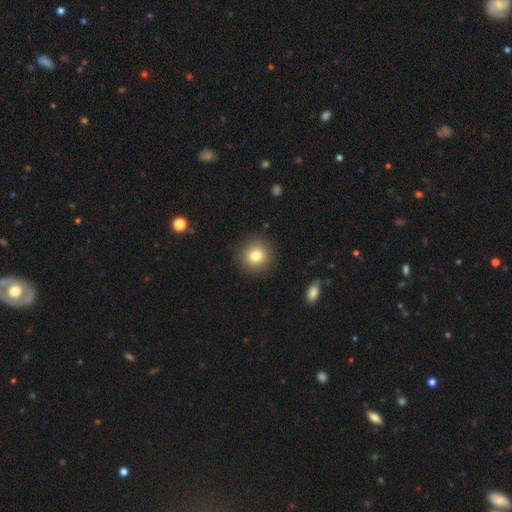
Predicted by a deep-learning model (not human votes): smooth_or_featured: smooth (p=0.80) [alt: star or artifact p=0.10]
how_rounded: round (p=0.92) [alt: in between p=0.07]
merging: none (p=0.90) [alt: minor disturbance p=0.06]